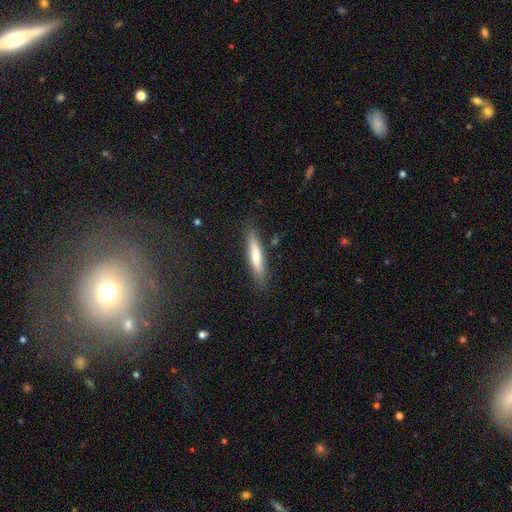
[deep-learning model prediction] This is possibly a smooth galaxy (60%). How rounded: clearly cigar-shaped (90%). Merging: clearly none (88%).